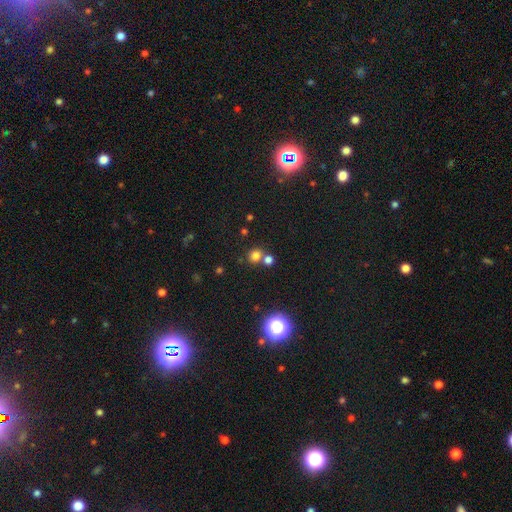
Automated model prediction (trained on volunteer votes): Smooth or featured? Predicted: smooth (p=0.73). How rounded? Predicted: round (p=0.84). Merging? Predicted: none (p=0.61).